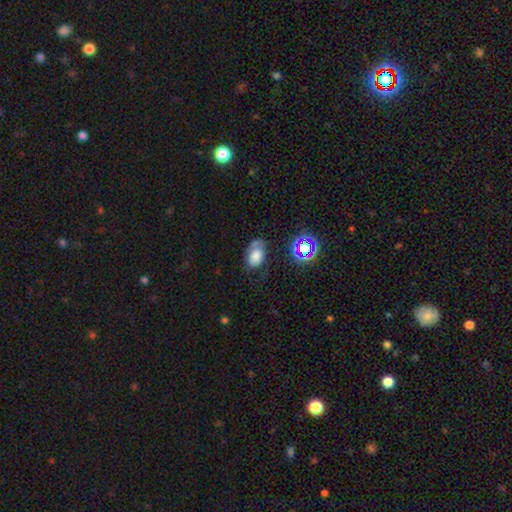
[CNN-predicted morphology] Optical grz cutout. It shows a smooth galaxy with no disk features (65%) that is in between round and cigar-shaped (86%). Merging: none (48%).